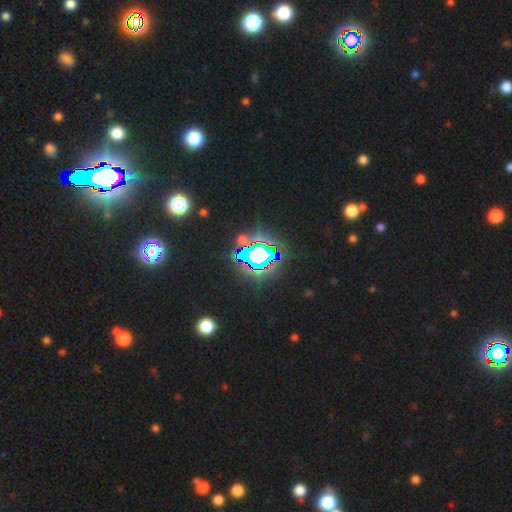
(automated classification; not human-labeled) star or artifact 83%, smooth 10%, featured or disk 7%.